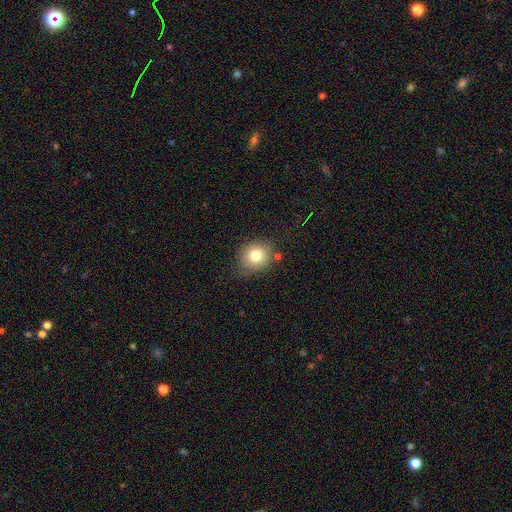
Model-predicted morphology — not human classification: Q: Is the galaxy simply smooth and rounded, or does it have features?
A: smooth — 79%.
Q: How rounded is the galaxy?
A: round — 75%.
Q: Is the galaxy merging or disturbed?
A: none — 77%.